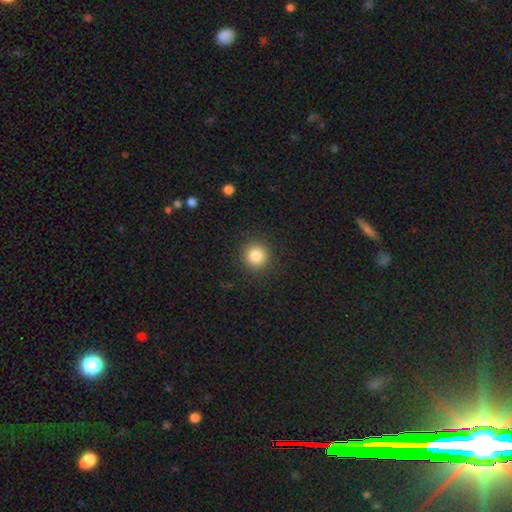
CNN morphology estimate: Smooth or featured? Predicted: smooth (p=0.85). How rounded? Predicted: round (p=0.93). Merging? Predicted: none (p=0.90).